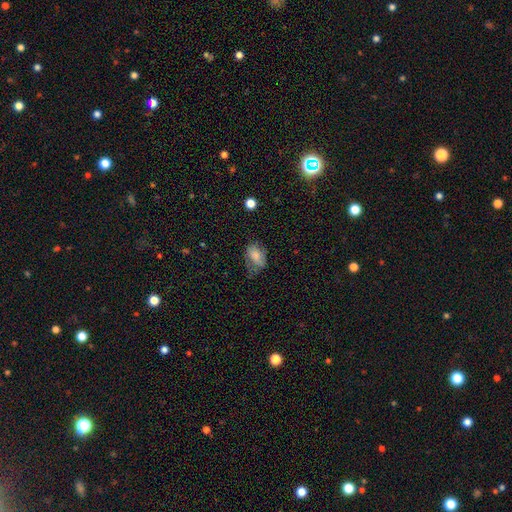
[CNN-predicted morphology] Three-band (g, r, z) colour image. It shows a smooth galaxy with no disk features (72%) that is in between round and cigar-shaped (86%). Merging: none (43%).